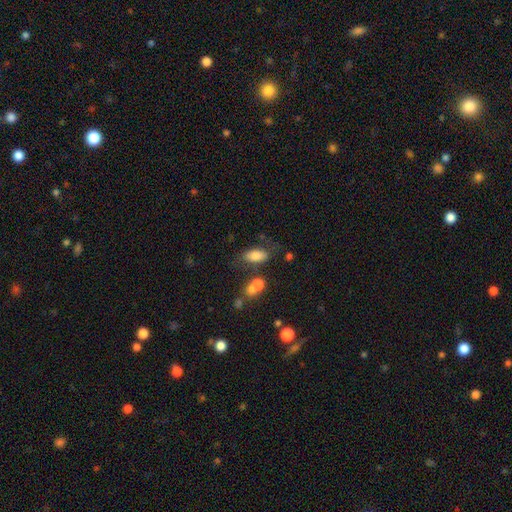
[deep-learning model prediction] A smooth galaxy with no disk features (76%) that is in between round and cigar-shaped (89%).

Vote fractions:
- Smooth or featured? smooth: 76% / featured or disk: 15% / star or artifact: 9%
- How rounded? in between: 89% / cigar-shaped: 6% / round: 5%
- Merging? none: 60% / minor disturbance: 18% / merger: 13% / major disturbance: 9%